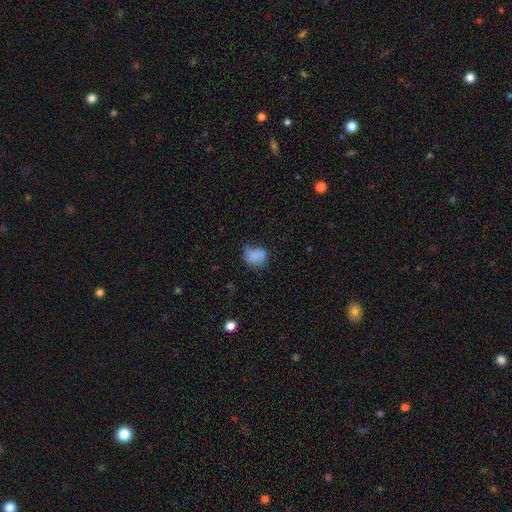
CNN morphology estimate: smooth-or-featured: smooth: 80% | star or artifact: 11% | featured or disk: 9%
  how-rounded: round: 57% | in between: 42% | cigar-shaped: 1%
  merging: none: 52% | minor disturbance: 31% | major disturbance: 11% | merger: 5%